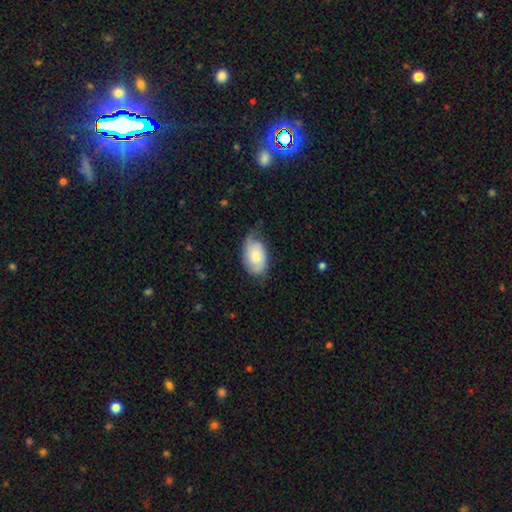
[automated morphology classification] This is possibly a featured or disk galaxy (50%). Merging: possibly none (54%).